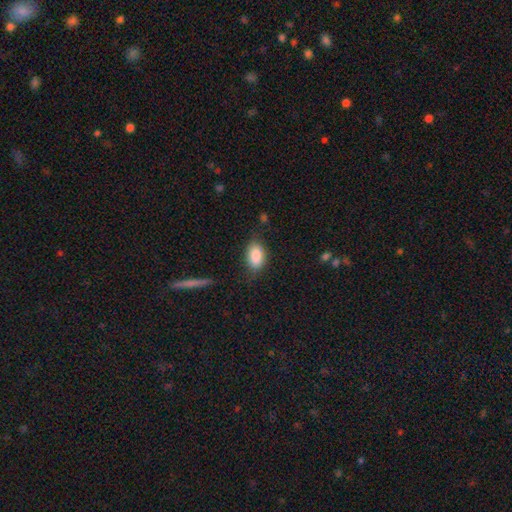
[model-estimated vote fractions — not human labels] This is clearly a smooth galaxy (86%). How rounded: clearly in between (89%). Merging: likely none (73%).